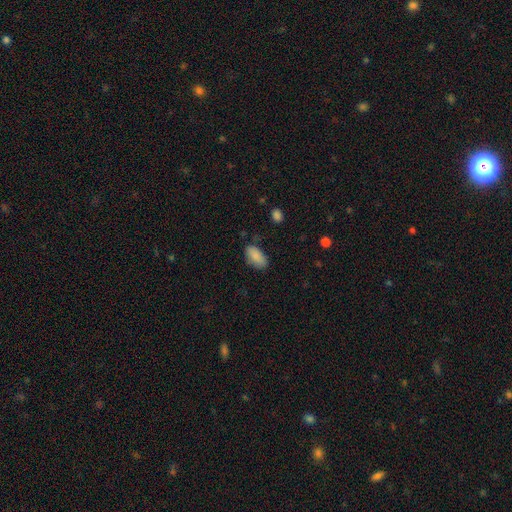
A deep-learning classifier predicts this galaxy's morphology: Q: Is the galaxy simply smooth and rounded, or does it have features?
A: smooth — 88%.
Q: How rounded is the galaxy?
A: in between — 93%.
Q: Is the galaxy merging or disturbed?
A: none — 73%.